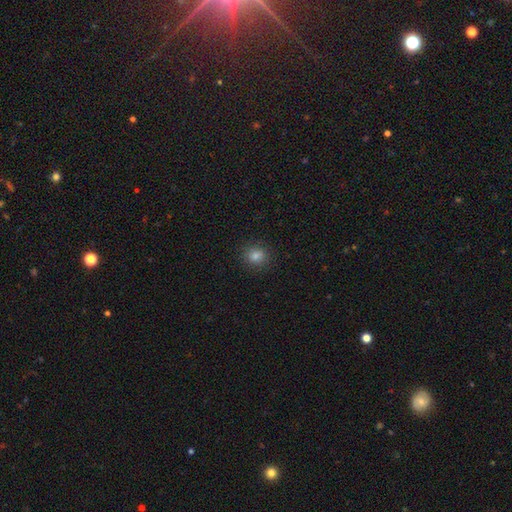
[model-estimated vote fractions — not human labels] Overall: smooth (80%). How rounded: round (80%). Merging: none (89%).